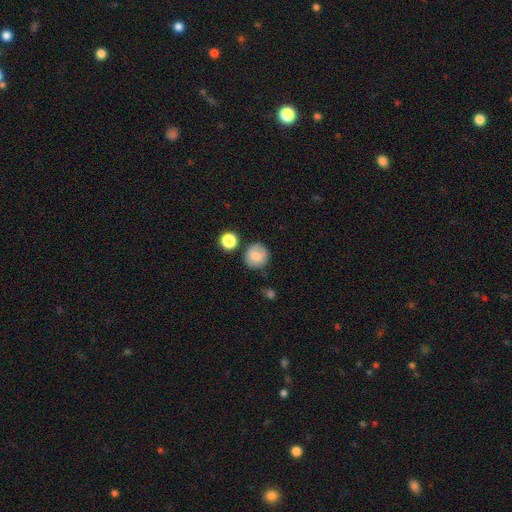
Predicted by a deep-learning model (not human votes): smooth-or-featured: smooth: 79% | featured or disk: 13% | star or artifact: 9%
  how-rounded: round: 89% | in between: 10% | cigar-shaped: 1%
  merging: none: 74% | minor disturbance: 15% | merger: 7% | major disturbance: 4%